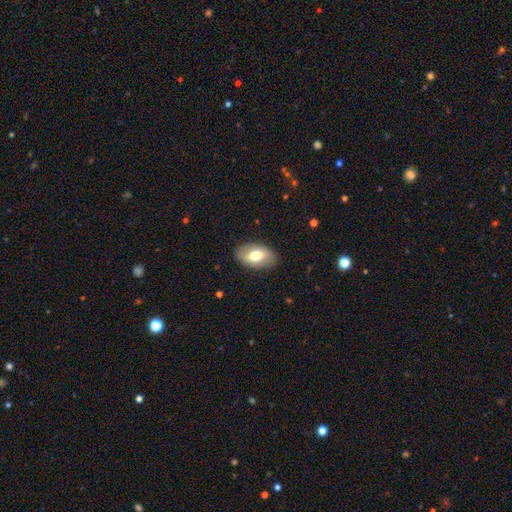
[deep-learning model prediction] Morphology: type=smooth (67%); roundness=in between (92%); merging=none (86%).